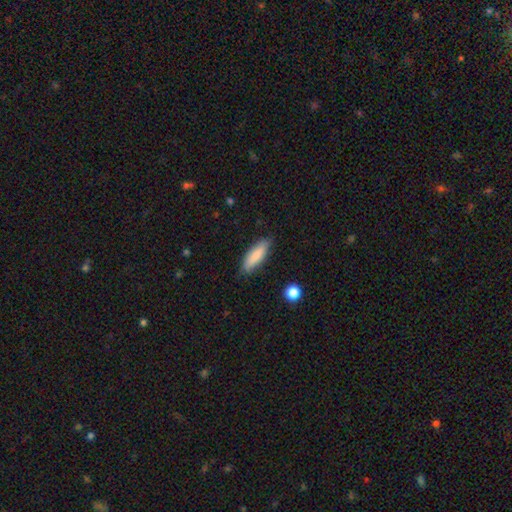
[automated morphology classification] Smooth or featured: smooth — 82% (featured or disk — 12%)
How rounded: cigar-shaped — 53% (in between — 45%)
Merging: none — 83% (minor disturbance — 13%)